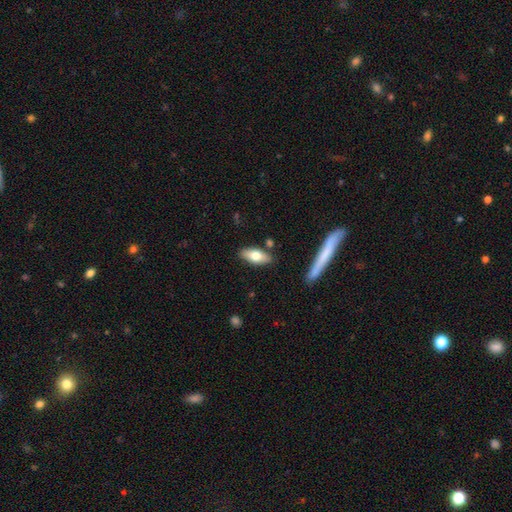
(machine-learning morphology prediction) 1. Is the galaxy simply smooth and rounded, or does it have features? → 68% smooth, 25% featured or disk, 6% star or artifact.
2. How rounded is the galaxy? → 77% in between, 21% cigar-shaped, 2% round.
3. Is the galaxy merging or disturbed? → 83% none, 10% minor disturbance, 4% merger, 2% major disturbance.